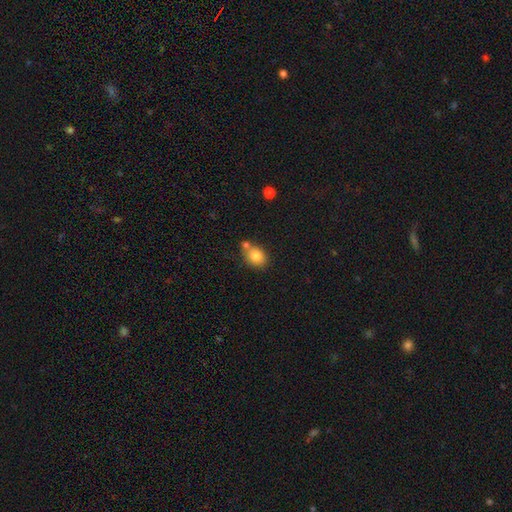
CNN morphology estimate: A smooth galaxy with no disk features (82%) that is round (56%).

Vote fractions:
- Smooth or featured? smooth: 82% / star or artifact: 10% / featured or disk: 8%
- How rounded? round: 56% / in between: 43% / cigar-shaped: 1%
- Merging? none: 60% / merger: 23% / minor disturbance: 14% / major disturbance: 3%